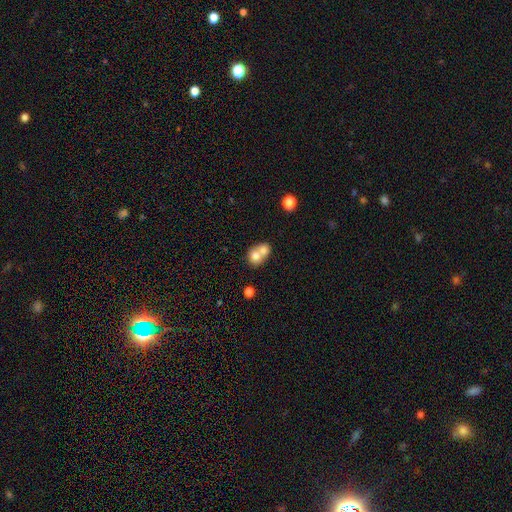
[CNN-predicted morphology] A smooth galaxy with no disk features (72%) that is round (68%).

Vote fractions:
- Smooth or featured? smooth: 72% / featured or disk: 19% / star or artifact: 9%
- How rounded? round: 68% / in between: 31% / cigar-shaped: 1%
- Merging? merger: 70% / none: 23% / minor disturbance: 5% / major disturbance: 2%